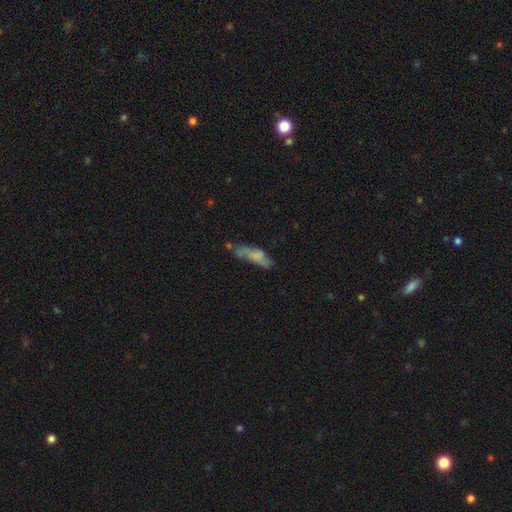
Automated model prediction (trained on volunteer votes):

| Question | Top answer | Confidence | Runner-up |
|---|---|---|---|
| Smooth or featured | smooth | 56% | featured or disk (36%) |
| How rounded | cigar-shaped | 52% | in between (46%) |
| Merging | none | 45% | minor disturbance (28%) |